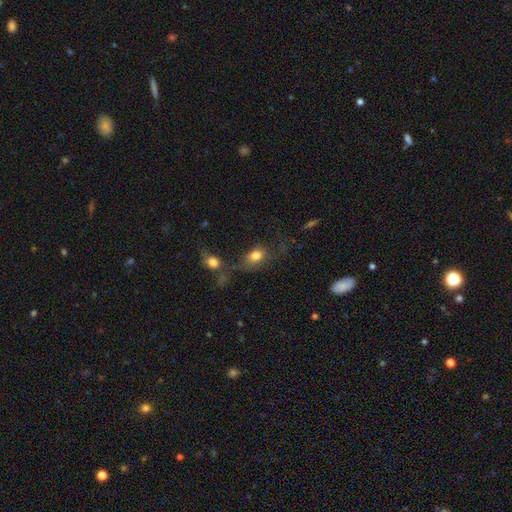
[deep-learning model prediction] smooth_or_featured: smooth (p=0.78) [alt: featured or disk p=0.12]
how_rounded: in between (p=0.69) [alt: round p=0.28]
merging: none (p=0.40) [alt: merger p=0.26]